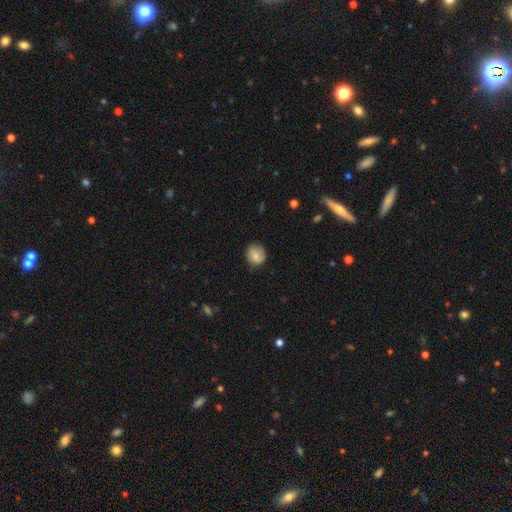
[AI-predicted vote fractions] Morphology: type=smooth (70%); roundness=round (75%); merging=none (73%).